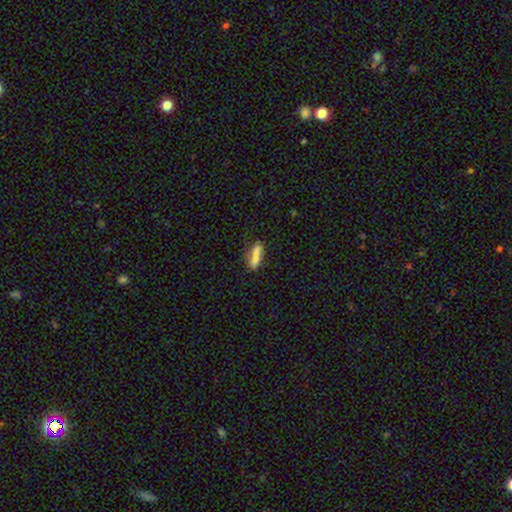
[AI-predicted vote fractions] This appears to be a smooth galaxy with no disk features (72%) that is cigar-shaped (49%). Merging: none (49%).